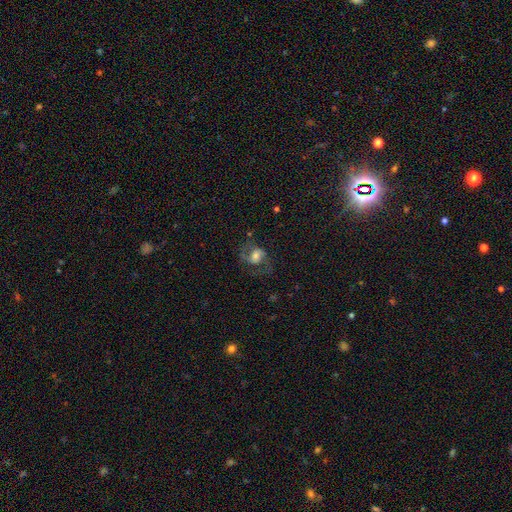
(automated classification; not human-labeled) Smooth or featured? featured or disk (64%)
Edge-on disk? no (96%)
Bar? no (45%)
Spiral arms? yes (84%)
Spiral winding? medium (52%)
Spiral arm count? 2 (84%)
Bulge size? moderate (47%)
Merging? none (59%)